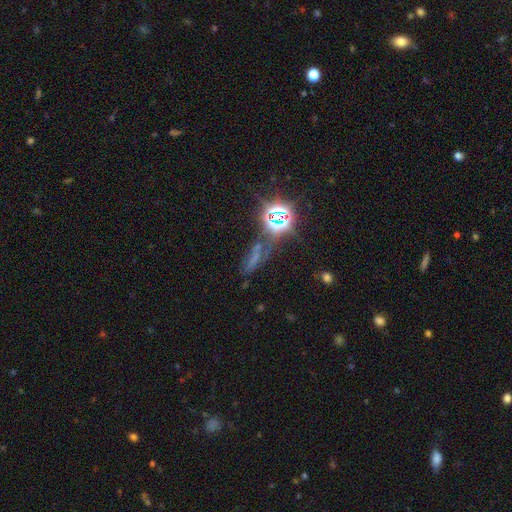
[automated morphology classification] smooth-or-featured: star or artifact: 52% | smooth: 28% | featured or disk: 19%